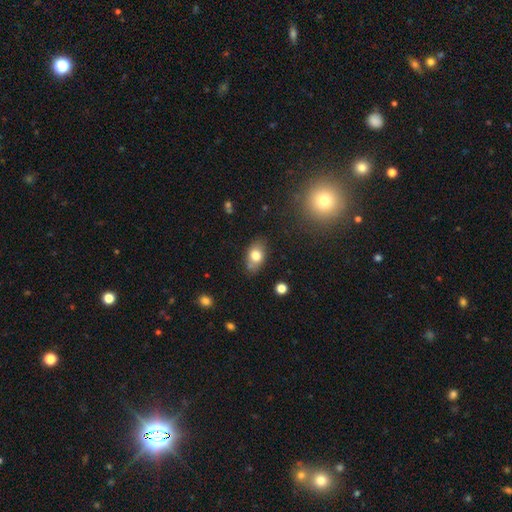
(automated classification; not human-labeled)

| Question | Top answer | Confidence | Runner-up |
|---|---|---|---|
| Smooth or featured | smooth | 76% | featured or disk (15%) |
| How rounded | in between | 81% | round (17%) |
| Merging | none | 70% | minor disturbance (19%) |